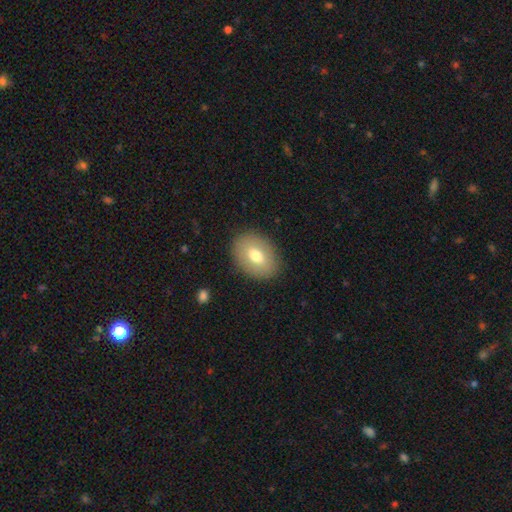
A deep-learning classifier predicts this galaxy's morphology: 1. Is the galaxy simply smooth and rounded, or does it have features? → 72% smooth, 20% featured or disk, 8% star or artifact.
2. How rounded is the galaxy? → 75% in between, 24% round, 1% cigar-shaped.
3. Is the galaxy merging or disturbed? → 87% none, 9% minor disturbance, 3% major disturbance, 1% merger.